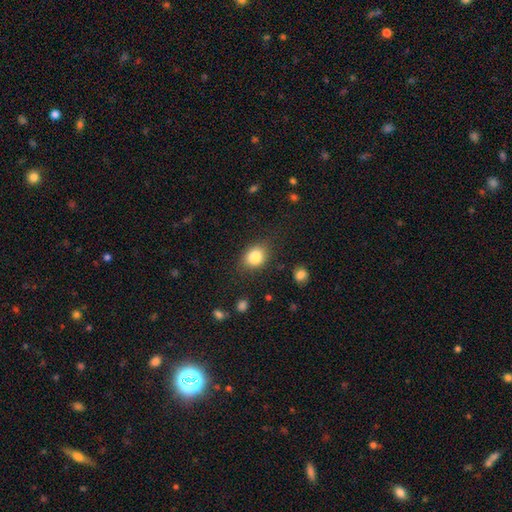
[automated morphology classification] Smooth or featured? smooth (83%)
How rounded? in between (59%)
Merging? none (75%)